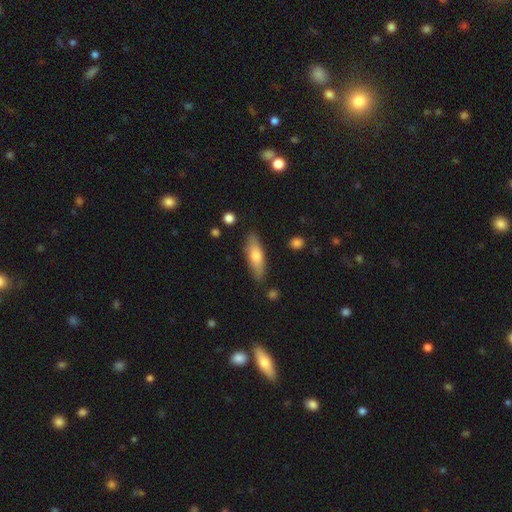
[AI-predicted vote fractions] Smooth or featured?
  - smooth: 65% *
  - featured or disk: 29%
  - star or artifact: 6%
How rounded?
  - cigar-shaped: 54% *
  - in between: 43%
  - round: 2%
Merging?
  - none: 84% *
  - minor disturbance: 11%
  - major disturbance: 2%
  - merger: 2%